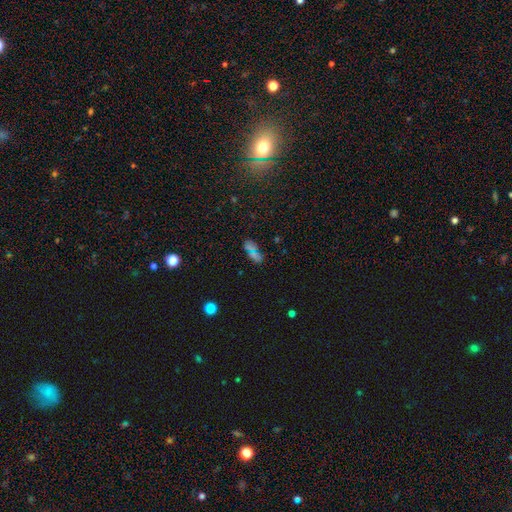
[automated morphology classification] This is possibly a smooth galaxy (49%). Merging: possibly none (57%).